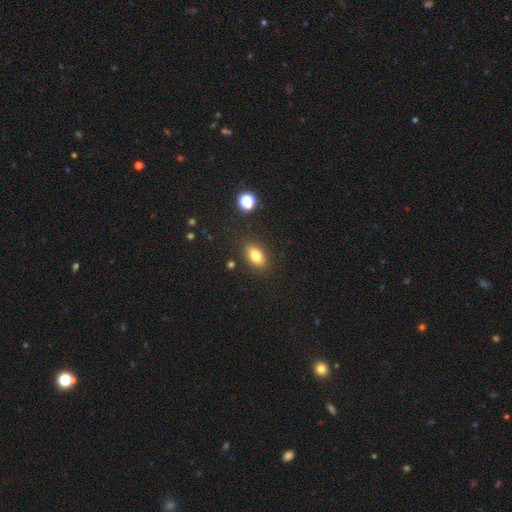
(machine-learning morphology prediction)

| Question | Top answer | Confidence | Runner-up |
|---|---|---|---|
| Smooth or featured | smooth | 79% | star or artifact (10%) |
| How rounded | in between | 83% | round (13%) |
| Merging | none | 86% | minor disturbance (9%) |